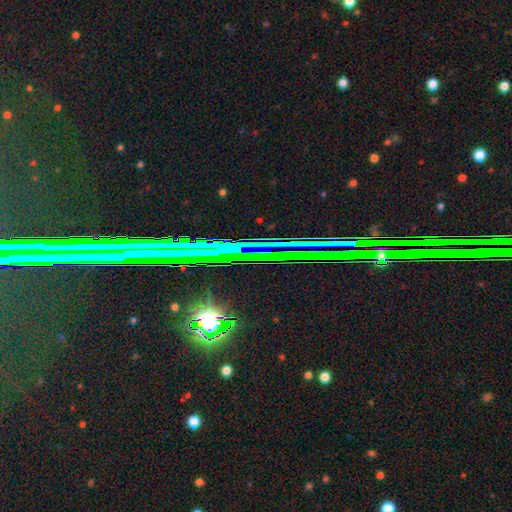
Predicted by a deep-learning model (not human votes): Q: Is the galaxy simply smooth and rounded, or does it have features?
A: star or artifact — 78%.